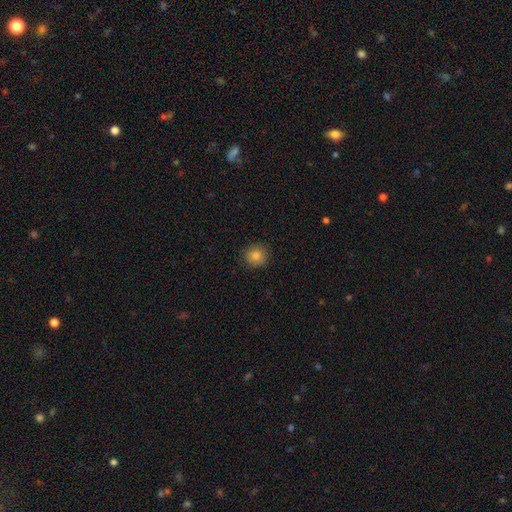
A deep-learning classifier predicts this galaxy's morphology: type=smooth (83%); roundness=round (92%); merging=none (89%).